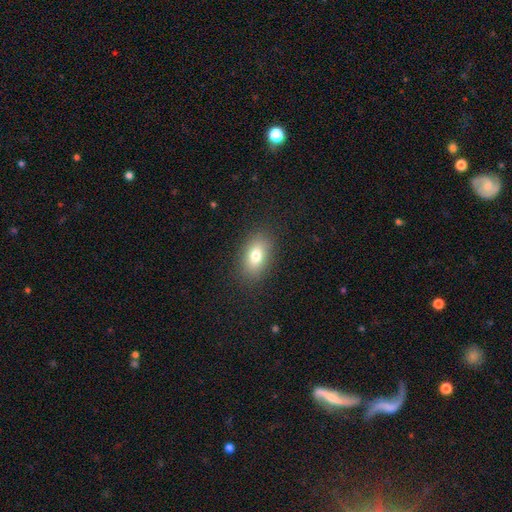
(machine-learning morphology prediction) Q: Smooth or featured?
A: smooth (77%); runner-up: featured or disk (13%)
Q: How rounded?
A: in between (85%); runner-up: round (12%)
Q: Merging?
A: none (86%); runner-up: minor disturbance (10%)